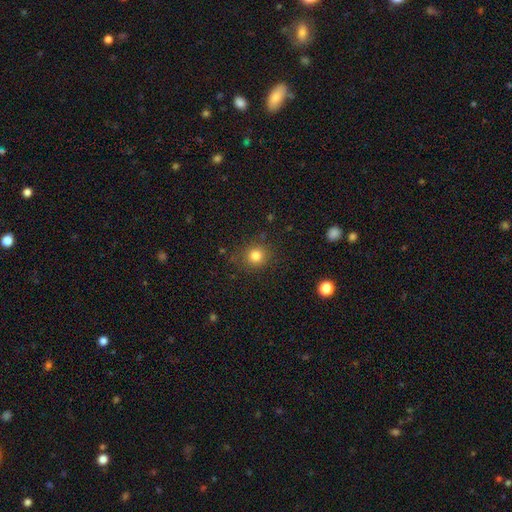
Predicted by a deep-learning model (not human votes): A smooth galaxy with no disk features (82%) that is round (87%). Merging: none (84%).